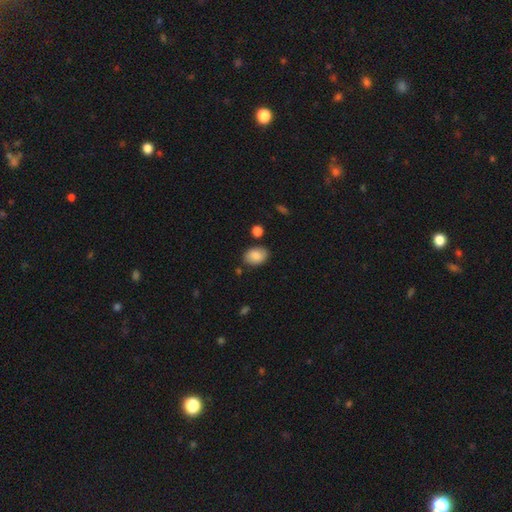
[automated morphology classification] A smooth galaxy with no disk features (85%) that is in between round and cigar-shaped (81%). Merging: none (81%).